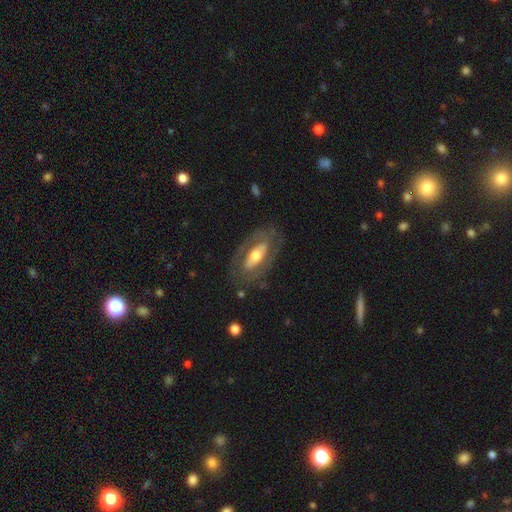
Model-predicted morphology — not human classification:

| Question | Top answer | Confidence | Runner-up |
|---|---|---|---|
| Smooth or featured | featured or disk | 61% | smooth (34%) |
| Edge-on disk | no | 84% | yes (16%) |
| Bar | no | 54% | strong (26%) |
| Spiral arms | no | 71% | yes (29%) |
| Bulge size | moderate | 60% | large (21%) |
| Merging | none | 77% | minor disturbance (14%) |